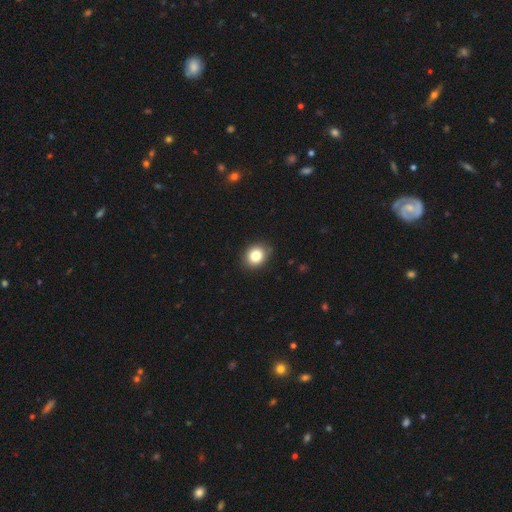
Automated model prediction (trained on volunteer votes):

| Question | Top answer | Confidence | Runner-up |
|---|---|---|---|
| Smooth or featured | smooth | 83% | star or artifact (10%) |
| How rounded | round | 65% | in between (34%) |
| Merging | none | 87% | minor disturbance (10%) |